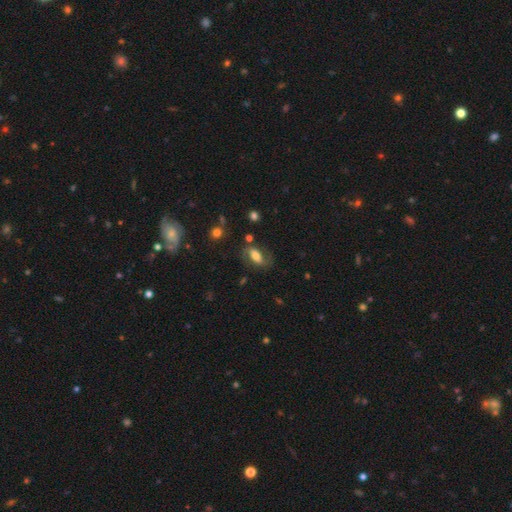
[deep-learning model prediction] Morphology: type=featured or disk (49%); merging=none (63%).